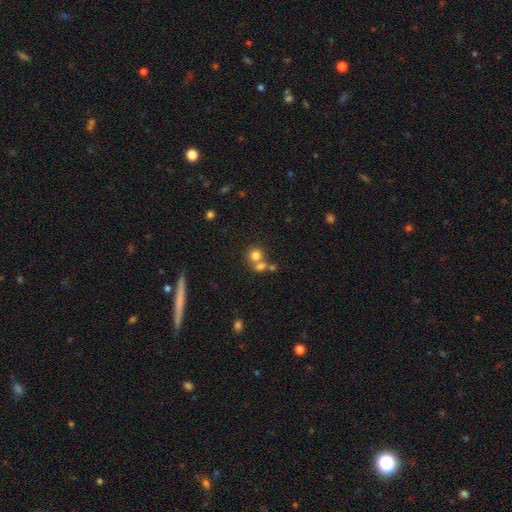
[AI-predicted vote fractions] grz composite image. It shows a smooth galaxy with no disk features (75%) that is round (84%). Merging: merger (45%).